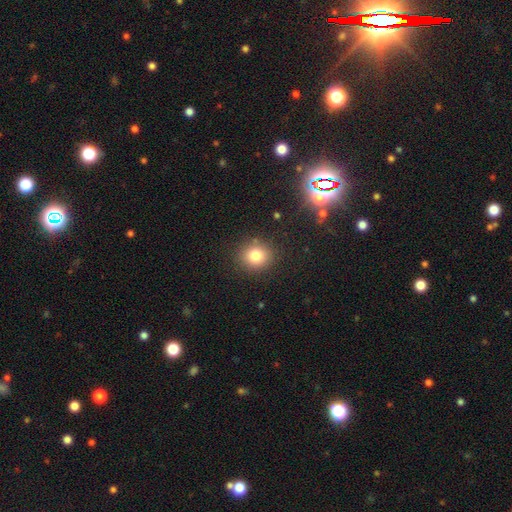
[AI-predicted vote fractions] Overall: smooth (79%). How rounded: round (83%). Merging: none (87%).